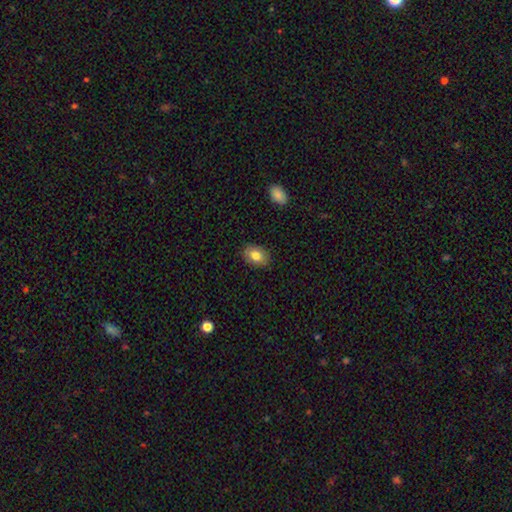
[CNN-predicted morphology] Overall: smooth (82%). How rounded: in between (77%). Merging: none (88%).